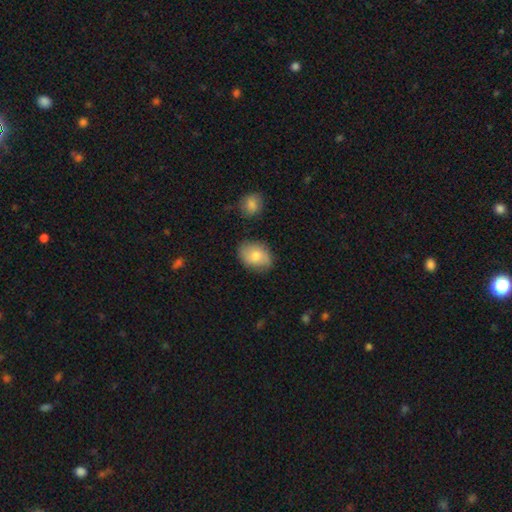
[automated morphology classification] Q: Smooth or featured?
A: smooth (75%); runner-up: featured or disk (18%)
Q: How rounded?
A: in between (72%); runner-up: round (27%)
Q: Merging?
A: none (79%); runner-up: minor disturbance (16%)